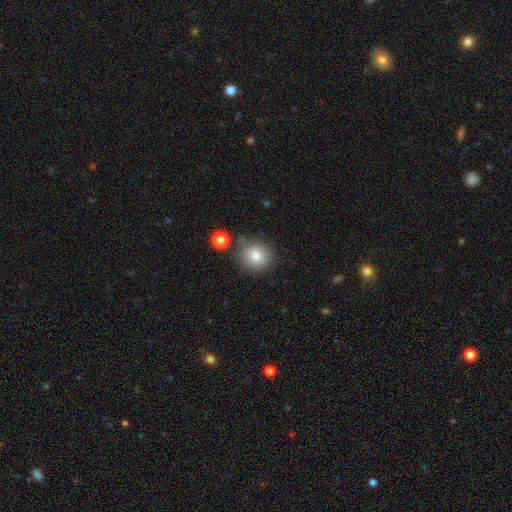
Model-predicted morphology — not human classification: smooth 80%, star or artifact 11%, featured or disk 9%. Down the decision tree: how rounded — round (84%); merging — none (72%).